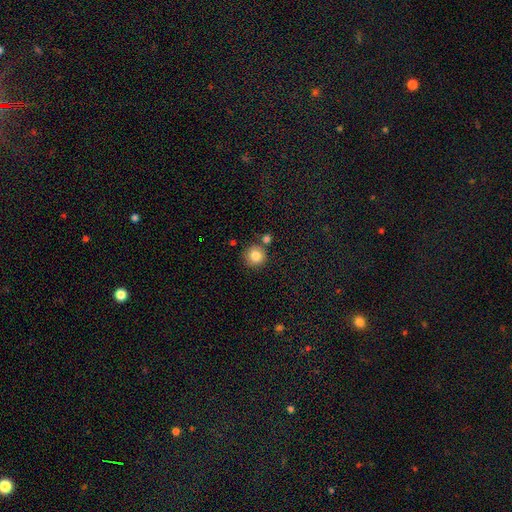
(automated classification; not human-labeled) This is clearly a smooth galaxy (83%). How rounded: clearly round (94%). Merging: likely none (77%).